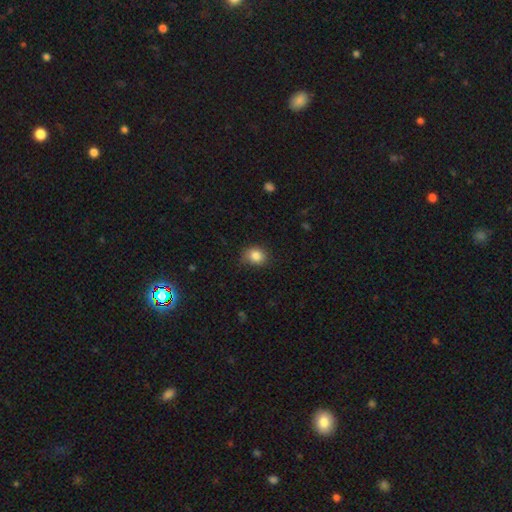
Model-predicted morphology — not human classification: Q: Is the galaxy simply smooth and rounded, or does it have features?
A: smooth — 84%.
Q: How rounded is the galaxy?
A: round — 64%.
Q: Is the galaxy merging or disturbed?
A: none — 75%.